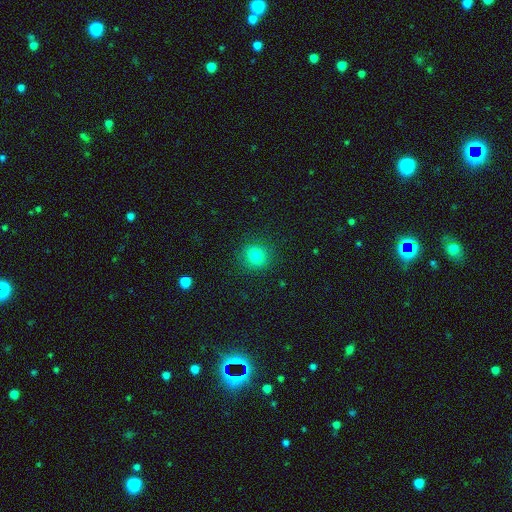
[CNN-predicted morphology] type=smooth (81%); roundness=round (85%); merging=none (88%).